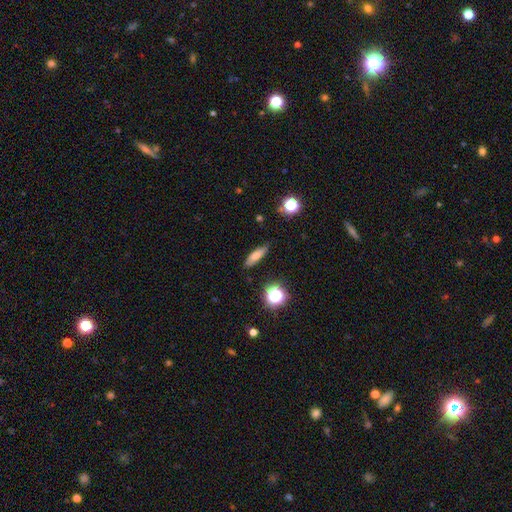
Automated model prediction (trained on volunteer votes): Smooth or featured: smooth — 73% (featured or disk — 15%)
How rounded: cigar-shaped — 56% (in between — 38%)
Merging: none — 84% (minor disturbance — 11%)